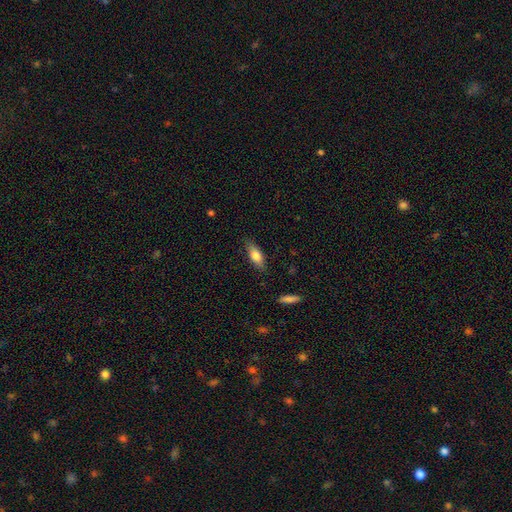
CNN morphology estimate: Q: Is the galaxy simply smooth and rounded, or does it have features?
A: smooth — 73%.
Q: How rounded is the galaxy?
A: in between — 66%.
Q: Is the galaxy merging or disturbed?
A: none — 81%.